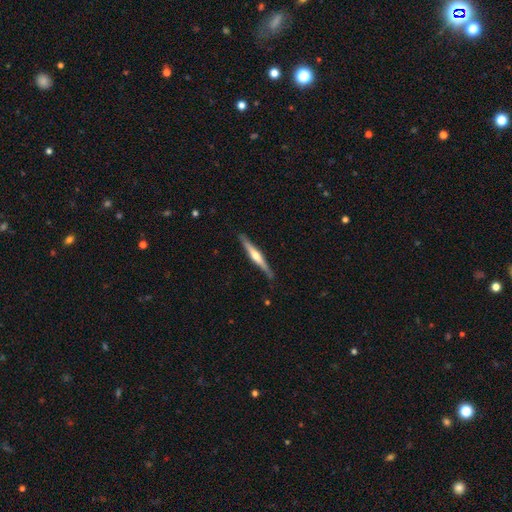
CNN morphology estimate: The model was most divided on "smooth or featured": featured or disk: 67%, smooth: 28%, star or artifact: 5%. More confident: edge-on disk — yes (97%); merging — none (88%); edge-on bulge — rounded (83%).